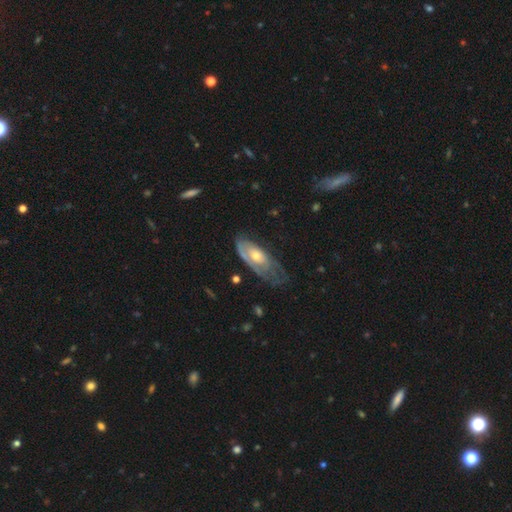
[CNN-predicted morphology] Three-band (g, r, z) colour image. It shows a featured or disk galaxy (64%) with no bar (78%), spiral arms (66%) and a moderate central bulge (56%). Merging: none (42%).